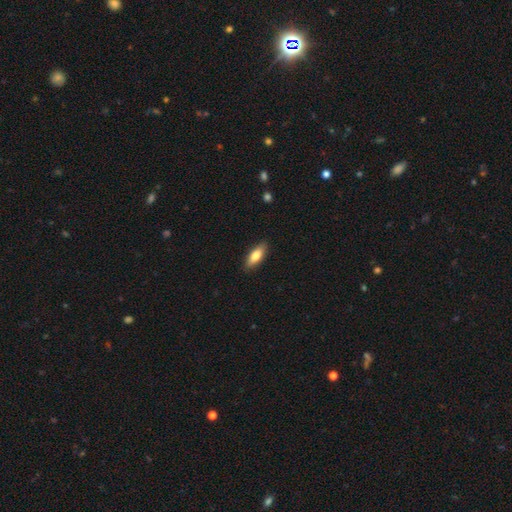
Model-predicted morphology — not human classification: The model was most divided on "how rounded": in between: 67%, cigar-shaped: 31%, round: 2%. More confident: merging — none (87%); smooth or featured — smooth (77%).